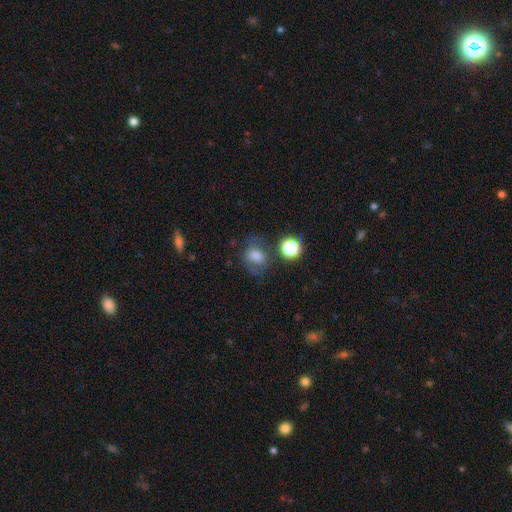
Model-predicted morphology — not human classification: This is likely a smooth galaxy (65%). How rounded: possibly in between (54%). Merging: possibly none (50%).